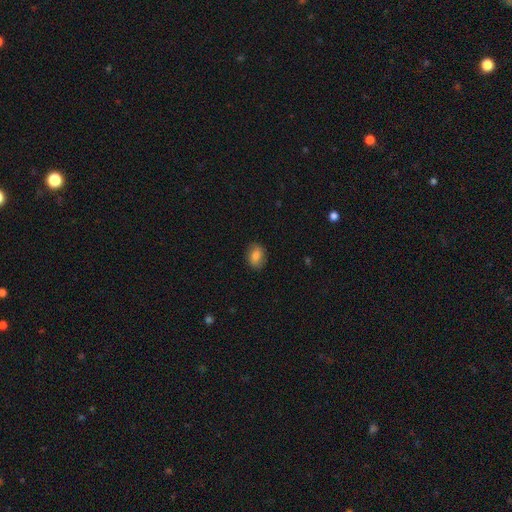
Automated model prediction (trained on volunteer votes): Smooth or featured?
  - smooth: 79% *
  - featured or disk: 12%
  - star or artifact: 9%
How rounded?
  - in between: 70% *
  - round: 29%
  - cigar-shaped: 2%
Merging?
  - none: 83% *
  - minor disturbance: 13%
  - major disturbance: 3%
  - merger: 1%